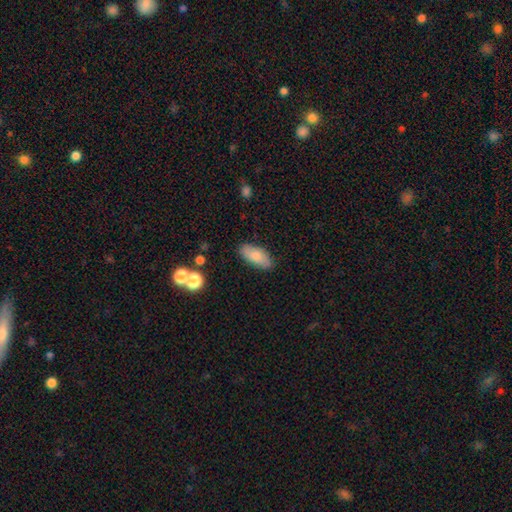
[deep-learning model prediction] A smooth galaxy with no disk features (78%) that is in between round and cigar-shaped (88%). Merging: none (84%).